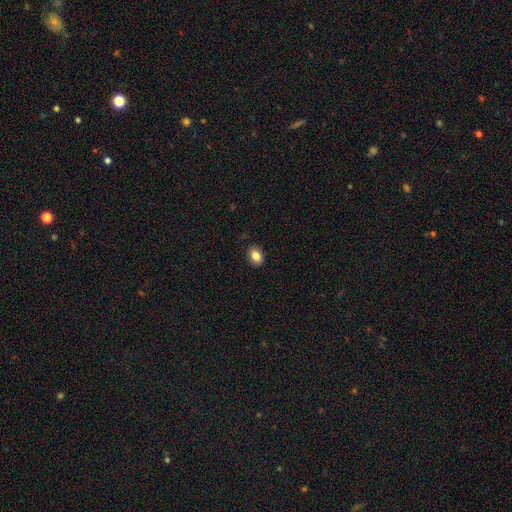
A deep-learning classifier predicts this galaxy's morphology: A smooth galaxy with no disk features (83%) that is in between round and cigar-shaped (76%).

Vote fractions:
- Smooth or featured? smooth: 83% / star or artifact: 9% / featured or disk: 8%
- How rounded? in between: 76% / round: 23% / cigar-shaped: 1%
- Merging? none: 87% / minor disturbance: 10% / major disturbance: 2% / merger: 1%